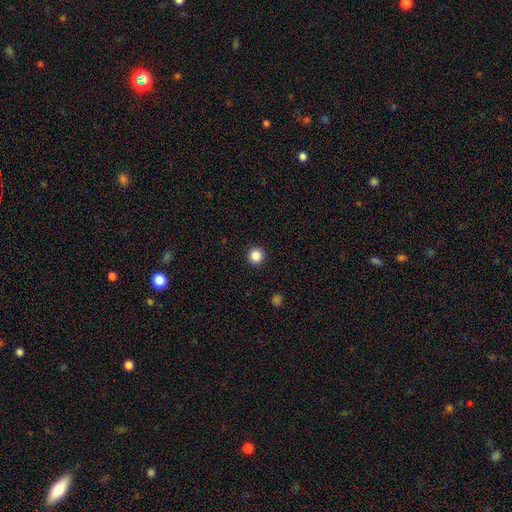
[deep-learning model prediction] Q: Smooth or featured?
A: smooth (86%); runner-up: star or artifact (11%)
Q: How rounded?
A: round (96%); runner-up: in between (3%)
Q: Merging?
A: none (93%); runner-up: minor disturbance (4%)